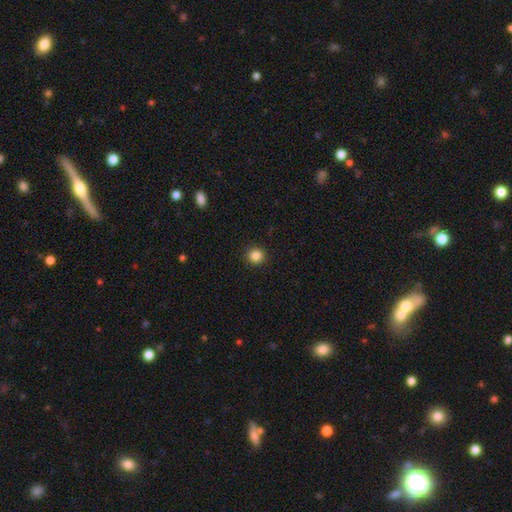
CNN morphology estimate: Overall: smooth (85%). How rounded: round (91%). Merging: none (92%).